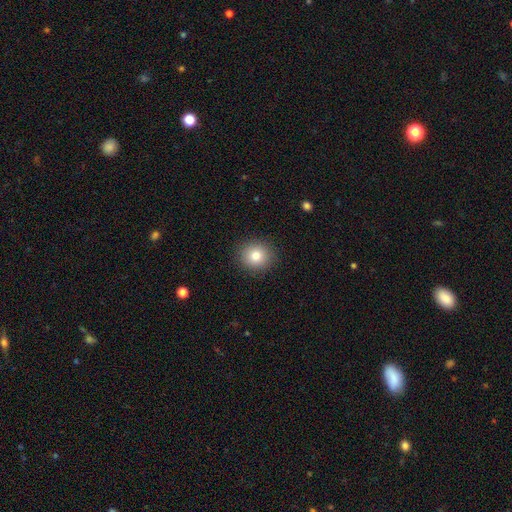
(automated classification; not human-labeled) The model was most divided on "smooth or featured": smooth: 81%, star or artifact: 11%, featured or disk: 8%. More confident: merging — none (91%); how rounded — round (88%).